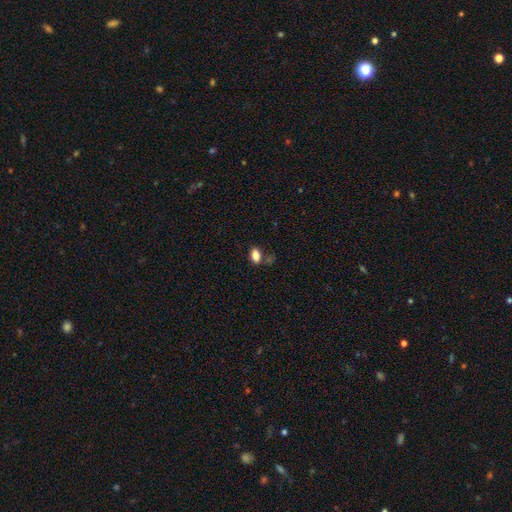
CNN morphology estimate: A smooth galaxy with no disk features (85%) that is in between round and cigar-shaped (88%). Merging: none (67%).